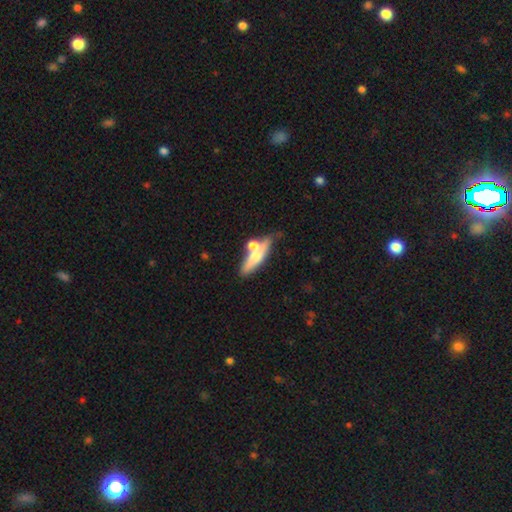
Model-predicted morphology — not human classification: type=smooth (55%); roundness=cigar-shaped (62%); merging=none (48%).